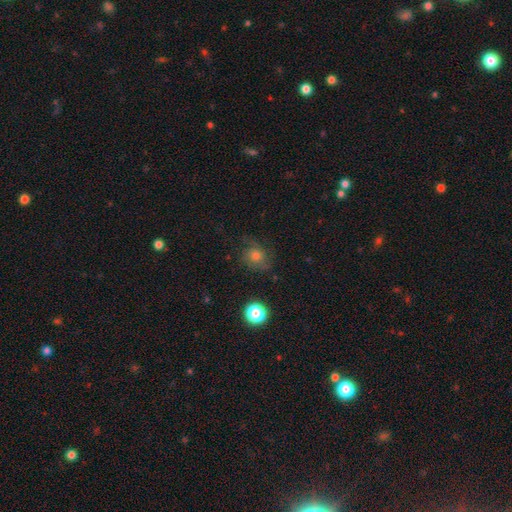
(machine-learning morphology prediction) smooth_or_featured: smooth (p=0.45) [alt: featured or disk p=0.35]
merging: none (p=0.66) [alt: minor disturbance p=0.20]